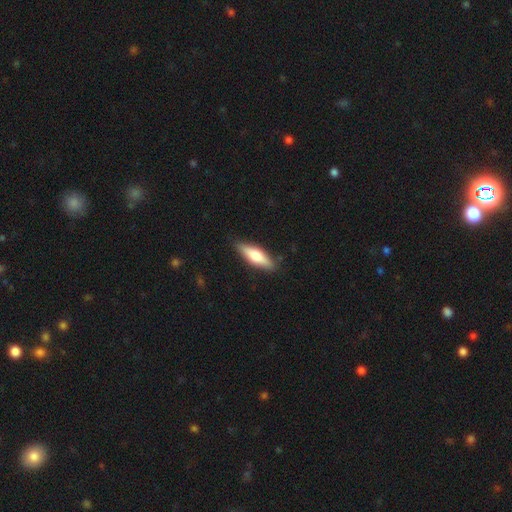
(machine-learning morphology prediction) This is likely a smooth galaxy (62%). How rounded: possibly cigar-shaped (55%). Merging: clearly none (87%).